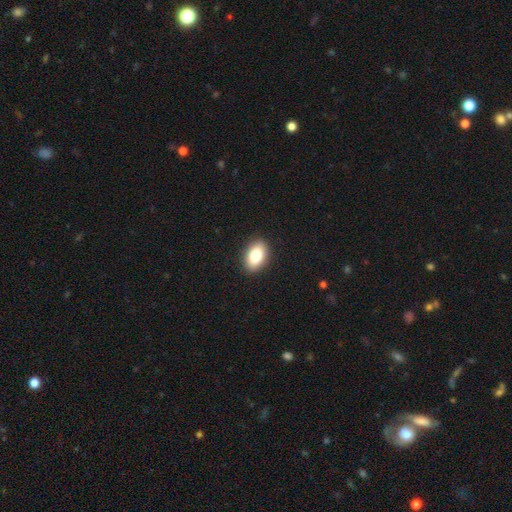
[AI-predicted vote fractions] Smooth or featured: smooth — 81% (featured or disk — 11%)
How rounded: in between — 90% (round — 9%)
Merging: none — 90% (minor disturbance — 7%)